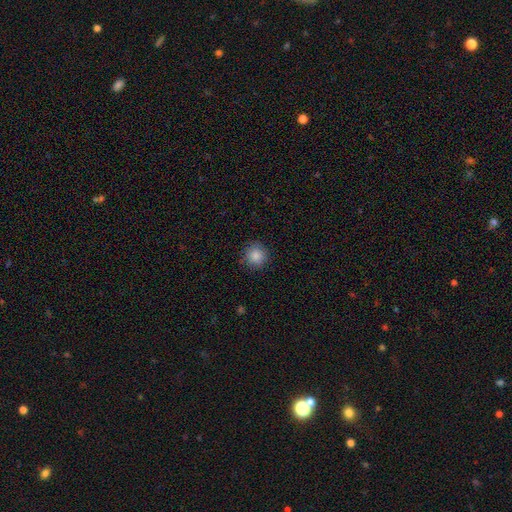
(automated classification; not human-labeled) This is clearly a smooth galaxy (85%). How rounded: clearly round (93%). Merging: clearly none (88%).